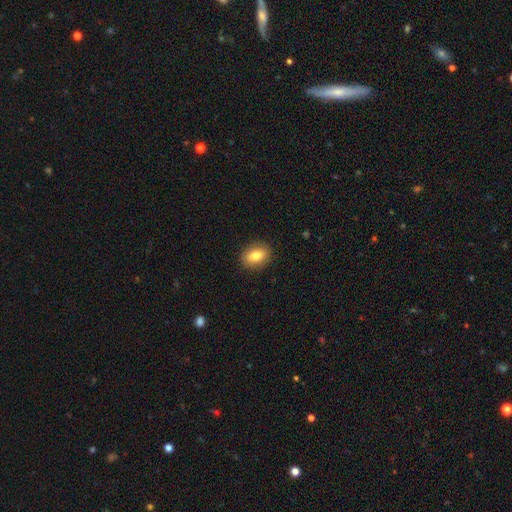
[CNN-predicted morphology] Smooth or featured? smooth (80%)
How rounded? in between (69%)
Merging? none (89%)